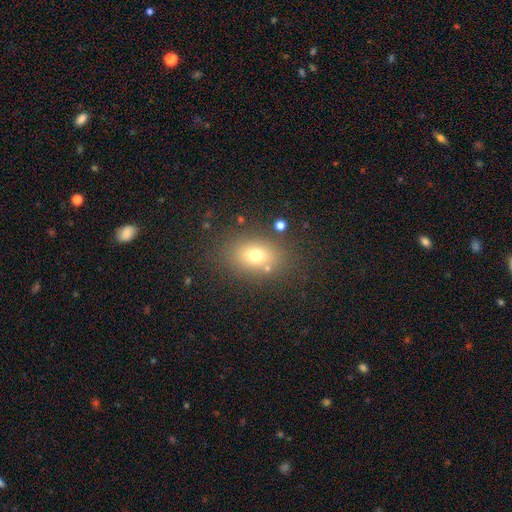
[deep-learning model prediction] Smooth or featured: smooth — 71% (star or artifact — 15%)
How rounded: in between — 69% (round — 30%)
Merging: none — 80% (minor disturbance — 11%)